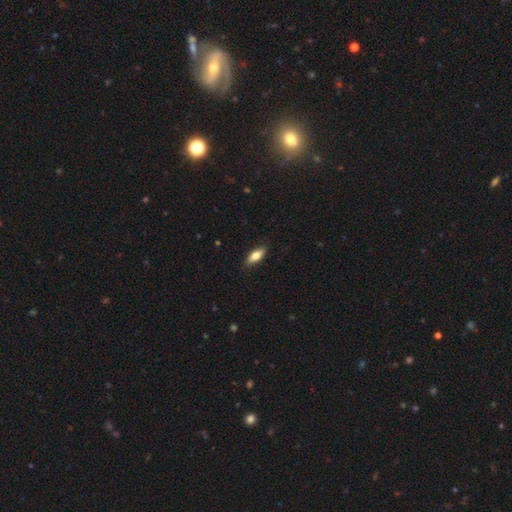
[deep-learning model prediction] A smooth galaxy with no disk features (74%) that is in between round and cigar-shaped (70%). Merging: none (84%).